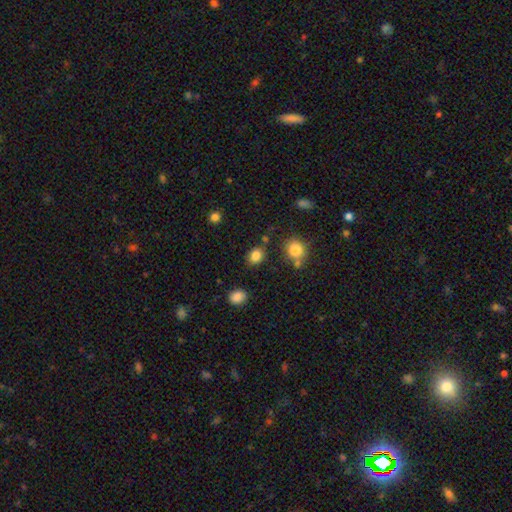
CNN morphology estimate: Smooth or featured?
  - smooth: 84% *
  - star or artifact: 11%
  - featured or disk: 5%
How rounded?
  - round: 56% *
  - in between: 43%
  - cigar-shaped: 1%
Merging?
  - none: 80% *
  - minor disturbance: 11%
  - merger: 6%
  - major disturbance: 3%